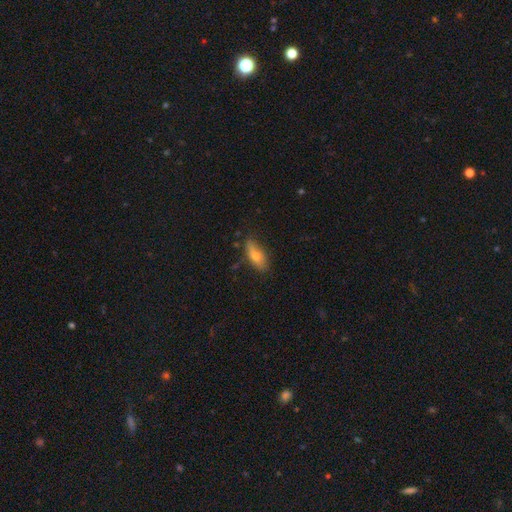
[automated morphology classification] Smooth or featured?
  - smooth: 58% *
  - featured or disk: 35%
  - star or artifact: 8%
How rounded?
  - in between: 66% *
  - cigar-shaped: 30%
  - round: 4%
Merging?
  - none: 71% *
  - minor disturbance: 22%
  - major disturbance: 4%
  - merger: 2%